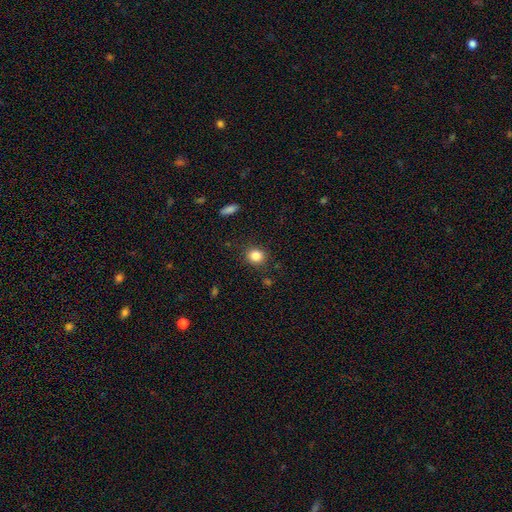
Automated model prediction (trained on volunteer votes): Morphology: type=smooth (84%); roundness=round (80%); merging=none (87%).